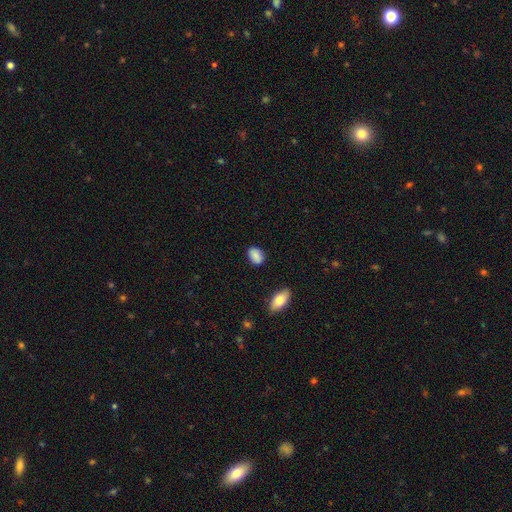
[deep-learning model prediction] smooth_or_featured: smooth (p=0.84) [alt: featured or disk p=0.08]
how_rounded: in between (p=0.82) [alt: round p=0.16]
merging: none (p=0.82) [alt: minor disturbance p=0.13]